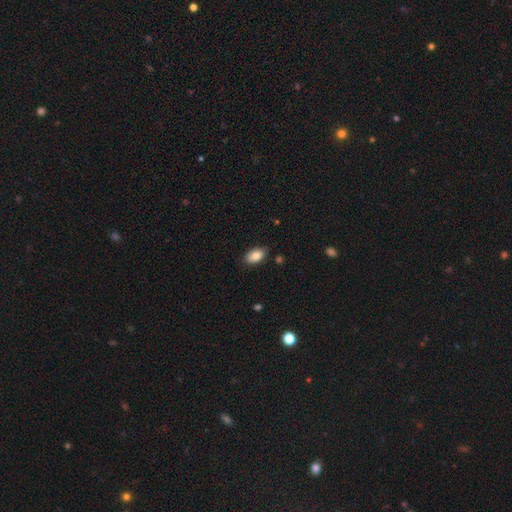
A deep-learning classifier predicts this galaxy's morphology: smooth_or_featured: smooth (p=0.84) [alt: featured or disk p=0.09]
how_rounded: in between (p=0.92) [alt: round p=0.07]
merging: none (p=0.85) [alt: minor disturbance p=0.12]